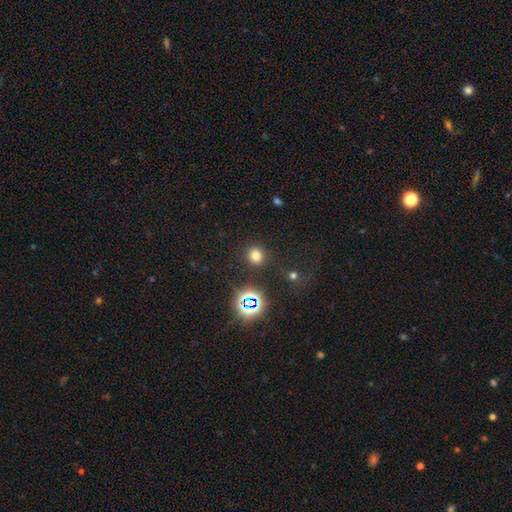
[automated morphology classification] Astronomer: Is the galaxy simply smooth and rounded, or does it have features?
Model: smooth — 71%.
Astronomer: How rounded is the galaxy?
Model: round — 89%.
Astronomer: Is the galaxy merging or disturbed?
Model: none — 88%.